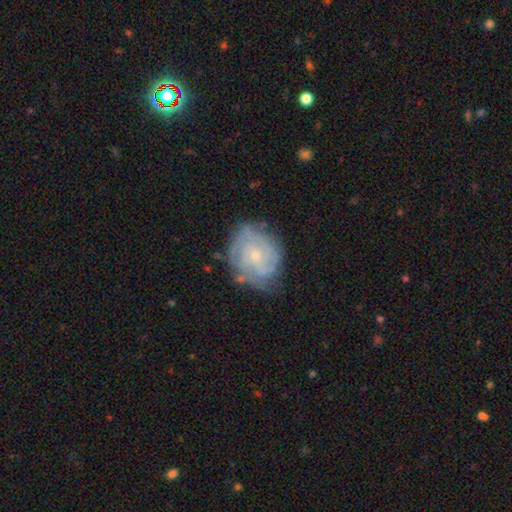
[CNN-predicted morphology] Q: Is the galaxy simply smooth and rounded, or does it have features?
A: featured or disk — 81%.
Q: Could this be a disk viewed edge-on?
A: no — 98%.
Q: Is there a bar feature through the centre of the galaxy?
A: no — 72%.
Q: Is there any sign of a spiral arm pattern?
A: yes — 93%.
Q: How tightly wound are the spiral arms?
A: tight — 70%.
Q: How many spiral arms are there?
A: can't tell — 34%.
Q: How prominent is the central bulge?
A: small — 69%.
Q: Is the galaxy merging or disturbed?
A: none — 69%.